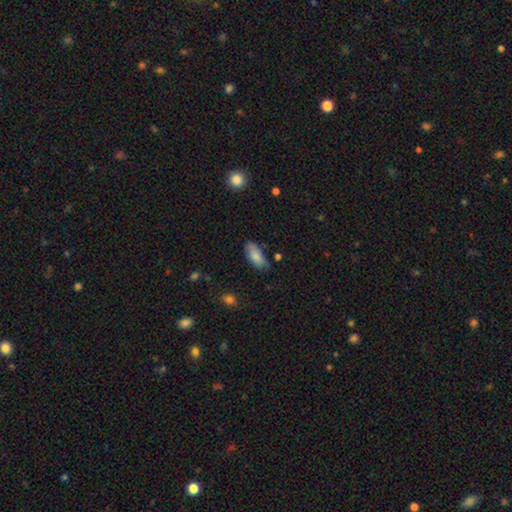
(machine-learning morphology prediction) Smooth or featured: smooth — 82% (featured or disk — 11%)
How rounded: in between — 84% (cigar-shaped — 14%)
Merging: none — 69% (minor disturbance — 24%)